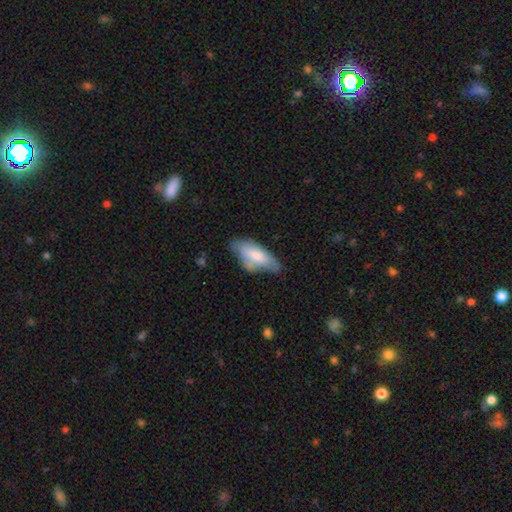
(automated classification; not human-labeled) Smooth or featured? Predicted: smooth (p=0.72). How rounded? Predicted: in between (p=0.81). Merging? Predicted: none (p=0.46).